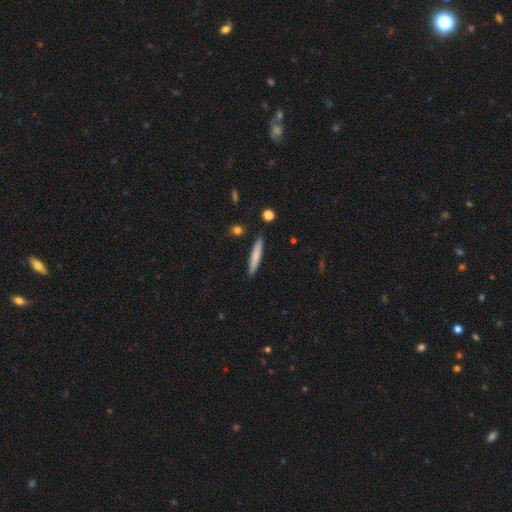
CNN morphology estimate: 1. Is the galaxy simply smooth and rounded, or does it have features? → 76% smooth, 18% featured or disk, 6% star or artifact.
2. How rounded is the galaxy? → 94% cigar-shaped, 5% in between, 1% round.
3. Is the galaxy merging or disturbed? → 90% none, 7% minor disturbance, 2% merger, 1% major disturbance.